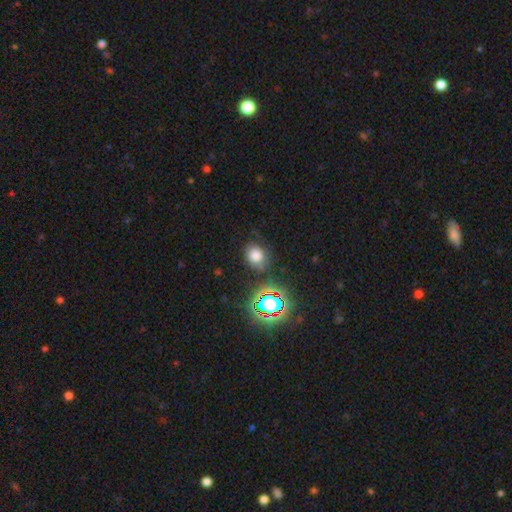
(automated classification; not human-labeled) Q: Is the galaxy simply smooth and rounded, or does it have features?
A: smooth — 71%.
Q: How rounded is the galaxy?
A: round — 56%.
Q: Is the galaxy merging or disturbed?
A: none — 75%.